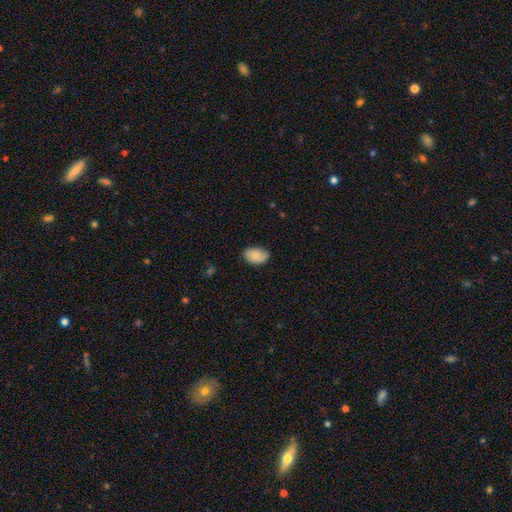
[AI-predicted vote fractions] Morphology: type=smooth (86%); roundness=in between (87%); merging=none (76%).